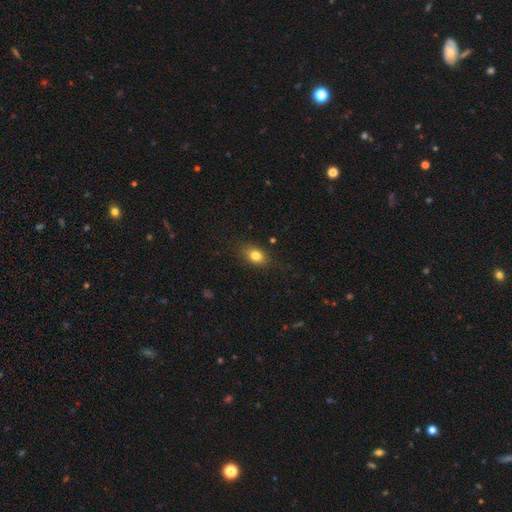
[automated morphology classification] The model was most divided on "how rounded": in between: 73%, round: 25%, cigar-shaped: 3%. More confident: merging — none (82%); smooth or featured — smooth (80%).